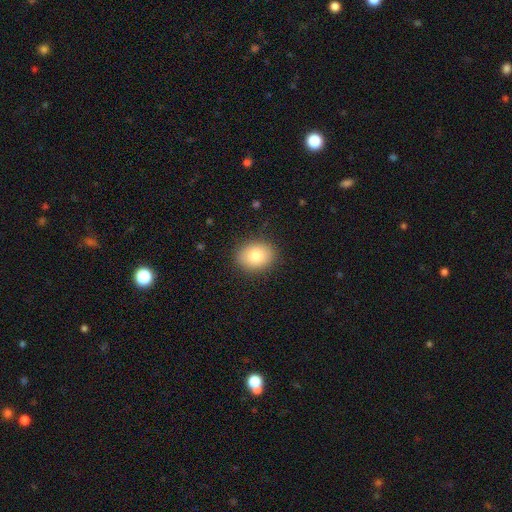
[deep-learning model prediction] Smooth or featured? smooth (81%)
How rounded? round (53%)
Merging? none (88%)